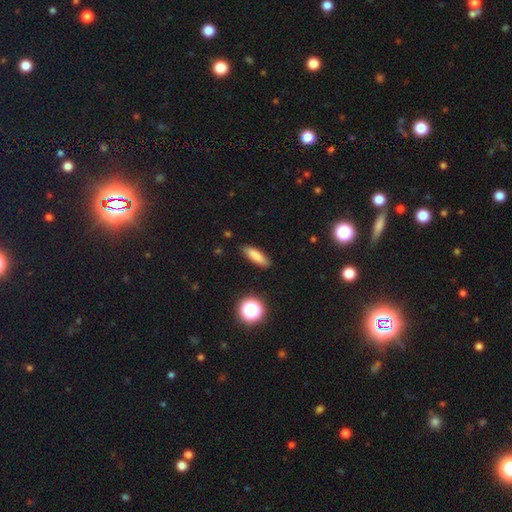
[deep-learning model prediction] A smooth galaxy with no disk features (82%) that is cigar-shaped (52%). Merging: none (88%).